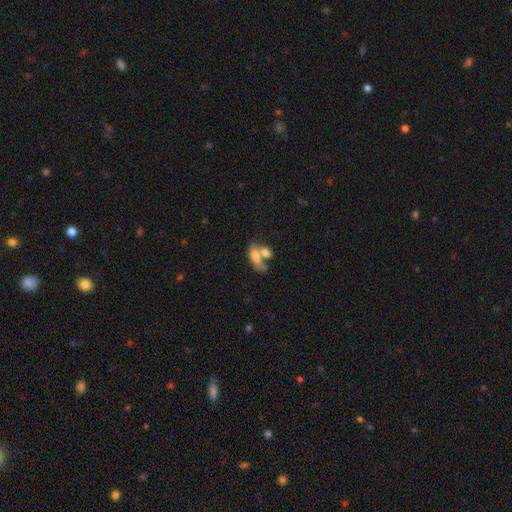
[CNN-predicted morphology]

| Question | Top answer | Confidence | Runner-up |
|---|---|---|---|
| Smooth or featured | smooth | 69% | featured or disk (22%) |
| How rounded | in between | 83% | round (9%) |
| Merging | merger | 61% | none (20%) |